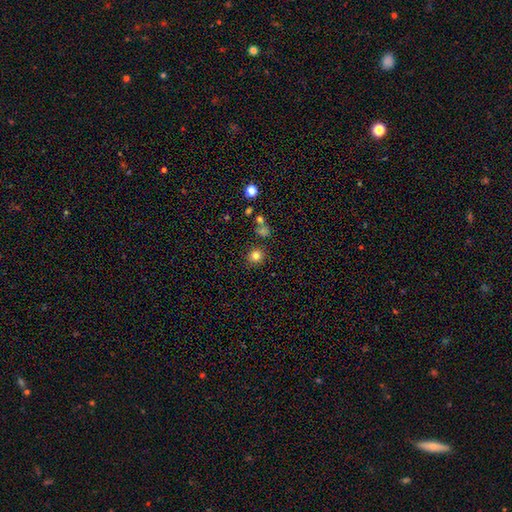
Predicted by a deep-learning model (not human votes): This is clearly a smooth galaxy (81%). How rounded: clearly round (88%). Merging: clearly none (84%).